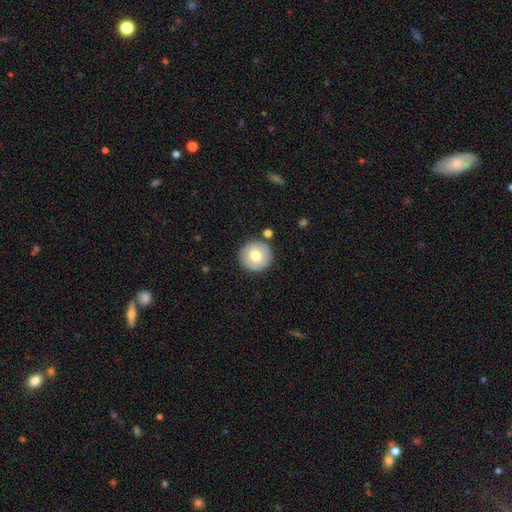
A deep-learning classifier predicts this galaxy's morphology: Q: Smooth or featured?
A: smooth (70%); runner-up: featured or disk (23%)
Q: How rounded?
A: round (95%); runner-up: in between (4%)
Q: Merging?
A: none (87%); runner-up: minor disturbance (8%)